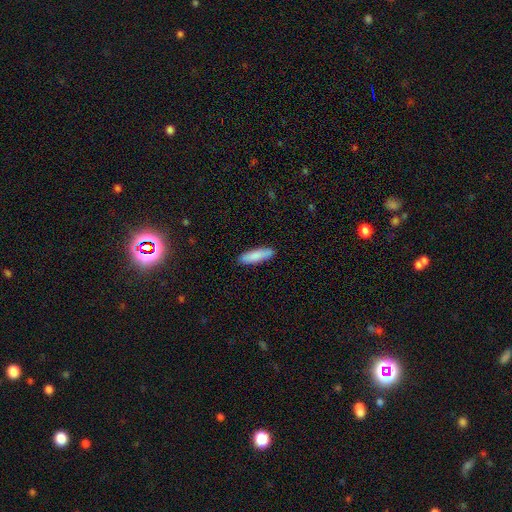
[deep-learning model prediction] Q: Smooth or featured?
A: smooth (85%); runner-up: featured or disk (9%)
Q: How rounded?
A: cigar-shaped (65%); runner-up: in between (34%)
Q: Merging?
A: none (88%); runner-up: minor disturbance (9%)